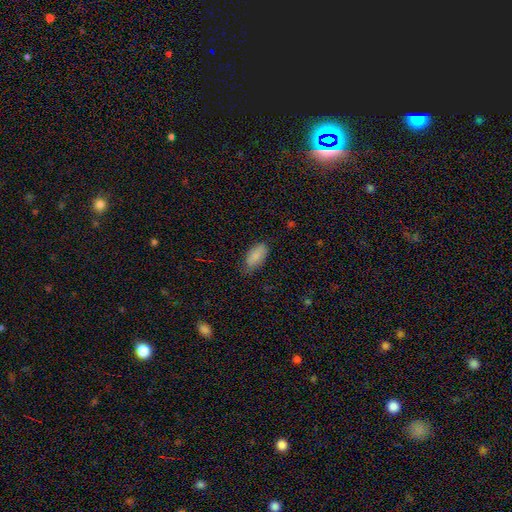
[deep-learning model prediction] A smooth galaxy with no disk features (88%) that is in between round and cigar-shaped (91%). Merging: none (70%).